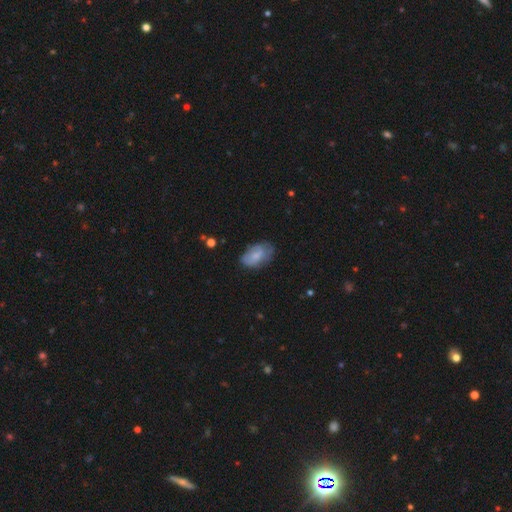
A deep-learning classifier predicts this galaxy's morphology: smooth 73%, featured or disk 20%, star or artifact 7%. Down the decision tree: how rounded — in between (91%); merging — none (62%).